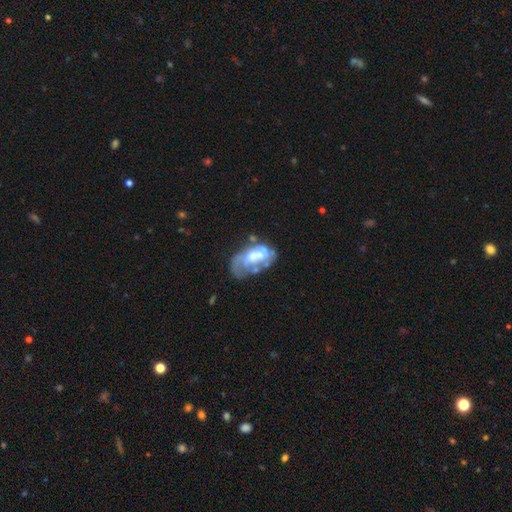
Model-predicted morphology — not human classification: Smooth or featured? featured or disk (62%)
Edge-on disk? no (96%)
Bar? no (66%)
Spiral arms? no (55%)
Bulge size? moderate (47%)
Merging? none (35%)